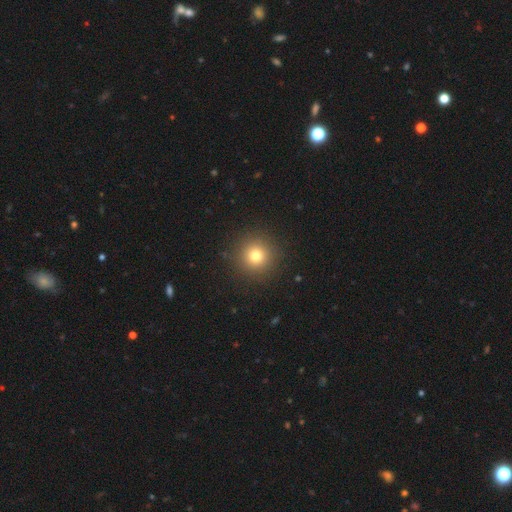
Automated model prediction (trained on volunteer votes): Q: Smooth or featured?
A: smooth (77%); runner-up: star or artifact (15%)
Q: How rounded?
A: round (95%); runner-up: in between (4%)
Q: Merging?
A: none (91%); runner-up: minor disturbance (6%)